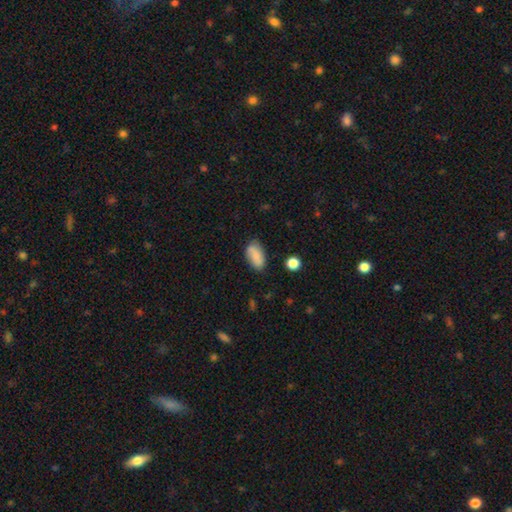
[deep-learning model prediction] Smooth or featured: smooth — 78% (featured or disk — 14%)
How rounded: in between — 92% (round — 4%)
Merging: none — 69% (minor disturbance — 21%)